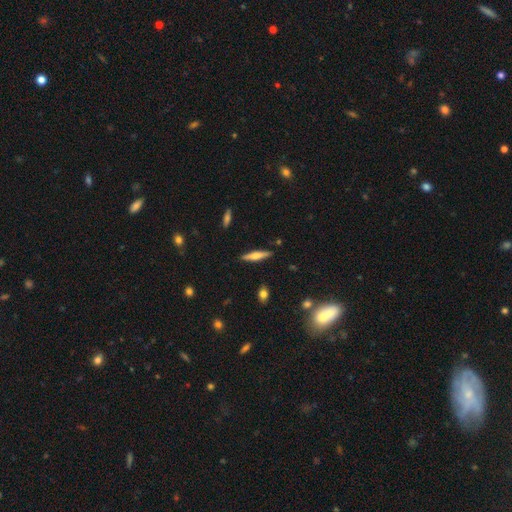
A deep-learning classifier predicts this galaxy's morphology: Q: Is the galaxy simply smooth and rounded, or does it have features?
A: featured or disk — 49%.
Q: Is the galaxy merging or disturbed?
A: none — 88%.